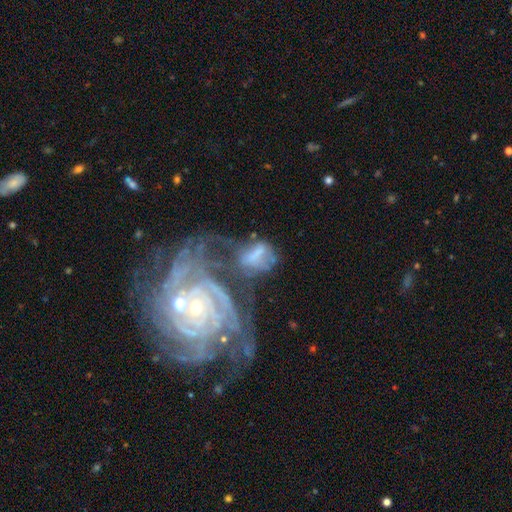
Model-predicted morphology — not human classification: A featured or disk galaxy (58%) with no bar (55%), spiral arms (65%) and a small central bulge (35%). Merging: merger (35%).